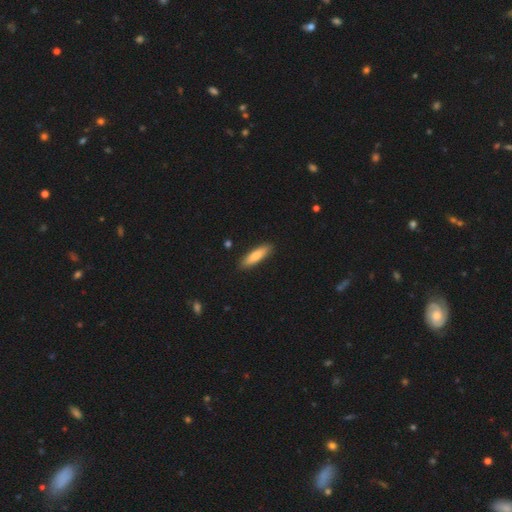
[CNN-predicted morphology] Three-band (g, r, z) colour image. It shows a smooth galaxy with no disk features (81%) that is cigar-shaped (71%). Merging: none (88%).